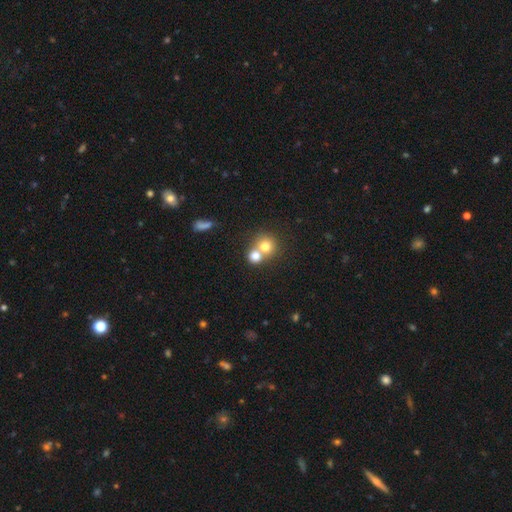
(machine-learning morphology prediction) Smooth or featured? smooth (73%)
How rounded? round (82%)
Merging? merger (61%)